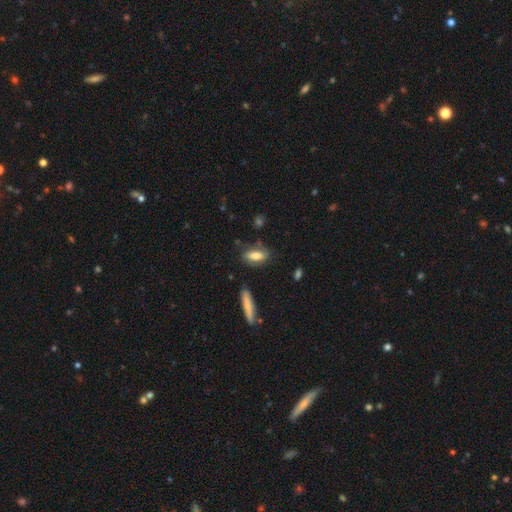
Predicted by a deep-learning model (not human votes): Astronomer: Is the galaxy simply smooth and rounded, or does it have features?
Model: smooth — 65%.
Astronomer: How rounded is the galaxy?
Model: in between — 75%.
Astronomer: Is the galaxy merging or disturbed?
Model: none — 65%.